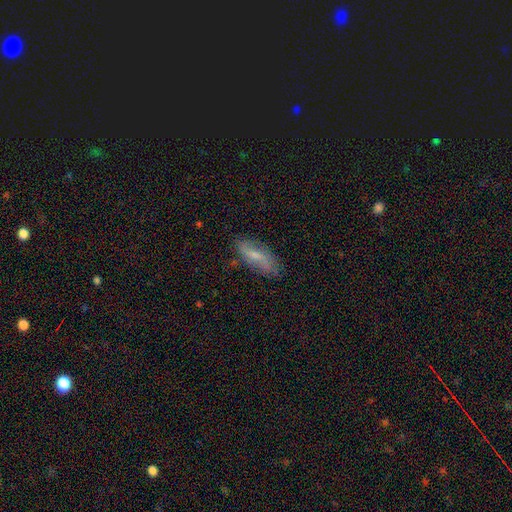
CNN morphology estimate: Q: Smooth or featured?
A: smooth (50%); runner-up: featured or disk (42%)
Q: How rounded?
A: in between (66%); runner-up: cigar-shaped (31%)
Q: Merging?
A: none (72%); runner-up: minor disturbance (21%)